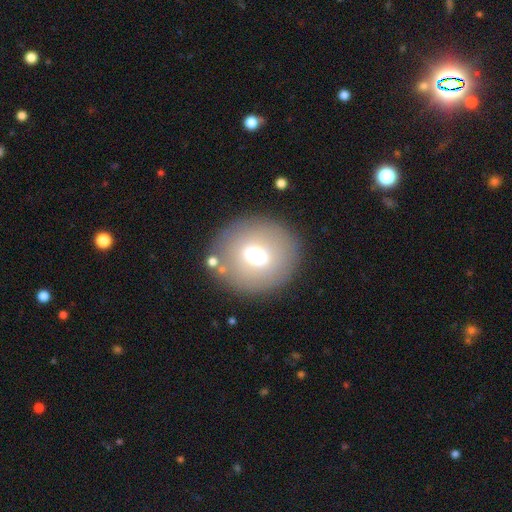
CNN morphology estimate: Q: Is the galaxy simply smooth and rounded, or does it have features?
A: smooth — 61%.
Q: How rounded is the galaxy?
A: round — 78%.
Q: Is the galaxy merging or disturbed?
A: none — 80%.